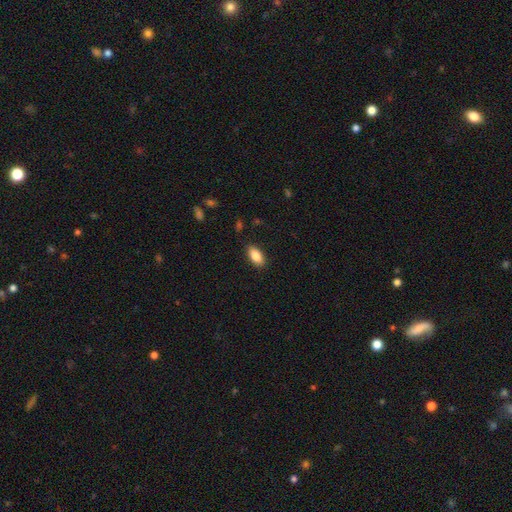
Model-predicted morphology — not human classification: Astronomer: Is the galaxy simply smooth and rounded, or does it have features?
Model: smooth — 87%.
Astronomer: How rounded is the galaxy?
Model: in between — 92%.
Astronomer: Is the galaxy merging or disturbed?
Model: none — 88%.